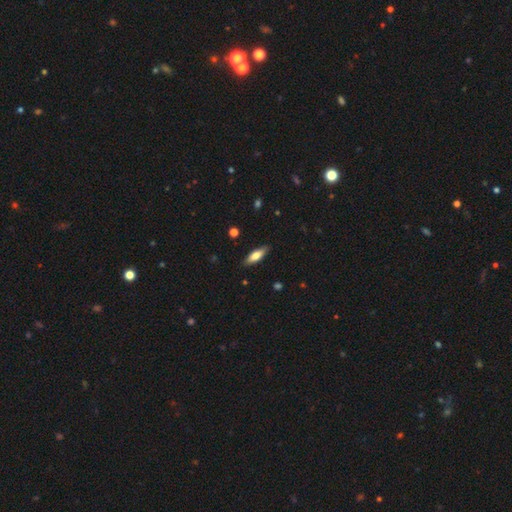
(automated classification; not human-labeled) Q: Smooth or featured?
A: smooth (66%); runner-up: featured or disk (27%)
Q: How rounded?
A: in between (50%); runner-up: cigar-shaped (48%)
Q: Merging?
A: none (87%); runner-up: minor disturbance (10%)